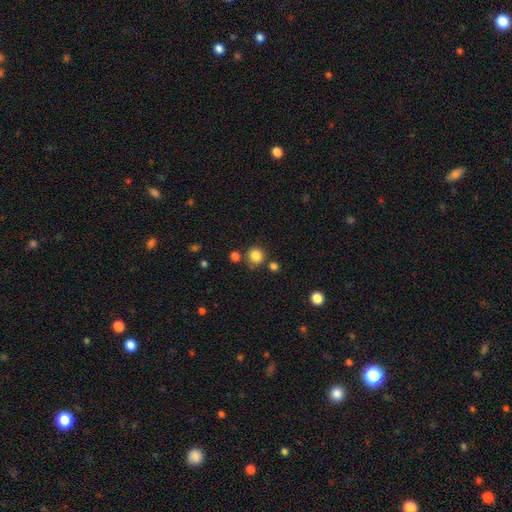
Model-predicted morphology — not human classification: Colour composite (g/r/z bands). It shows a smooth galaxy with no disk features (84%) that is round (92%). Merging: none (80%).